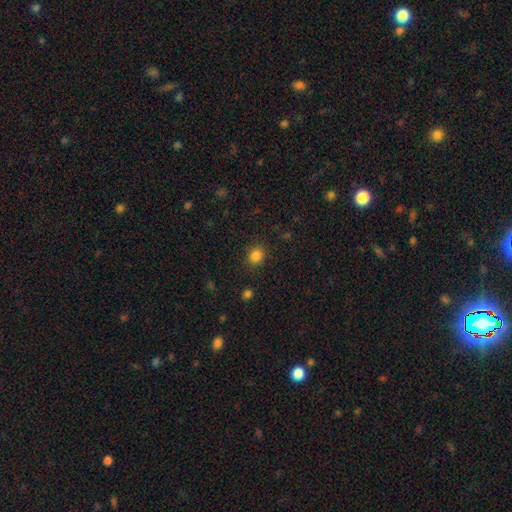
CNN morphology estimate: Overall: smooth (84%). How rounded: round (77%). Merging: none (86%).